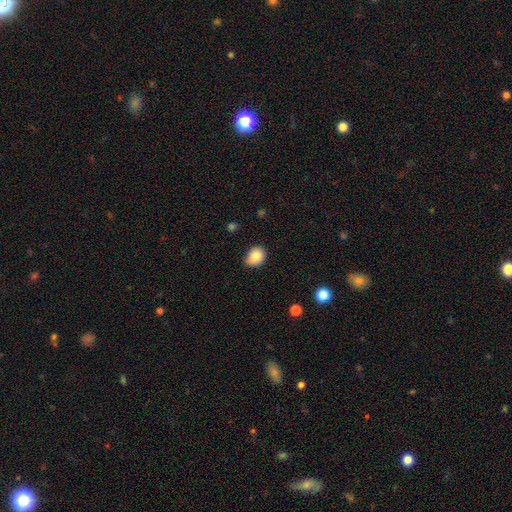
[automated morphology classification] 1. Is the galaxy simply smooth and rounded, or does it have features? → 85% smooth, 9% star or artifact, 6% featured or disk.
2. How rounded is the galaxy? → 58% round, 41% in between, 1% cigar-shaped.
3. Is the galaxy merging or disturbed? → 74% none, 21% minor disturbance, 3% major disturbance, 1% merger.